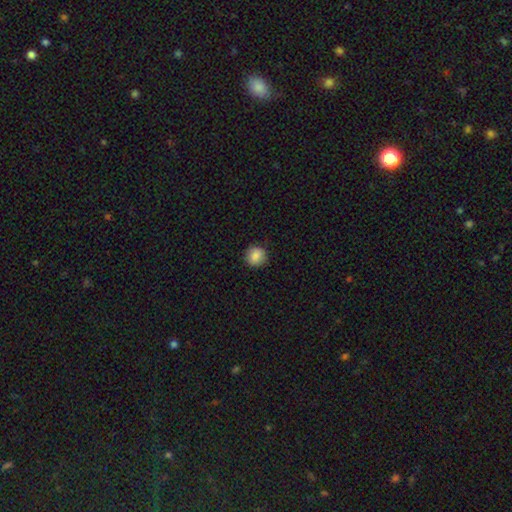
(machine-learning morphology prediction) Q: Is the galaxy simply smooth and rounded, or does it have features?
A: smooth — 86%.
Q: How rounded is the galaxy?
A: round — 90%.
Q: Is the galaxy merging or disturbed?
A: none — 88%.